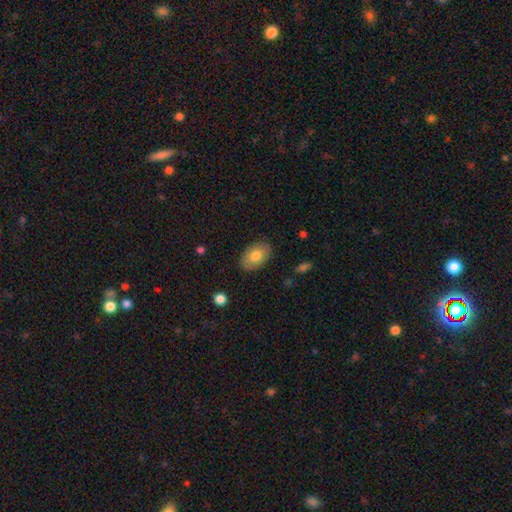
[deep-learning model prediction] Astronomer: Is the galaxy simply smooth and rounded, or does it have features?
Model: smooth — 76%.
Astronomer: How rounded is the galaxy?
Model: in between — 89%.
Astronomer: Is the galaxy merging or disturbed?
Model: none — 85%.